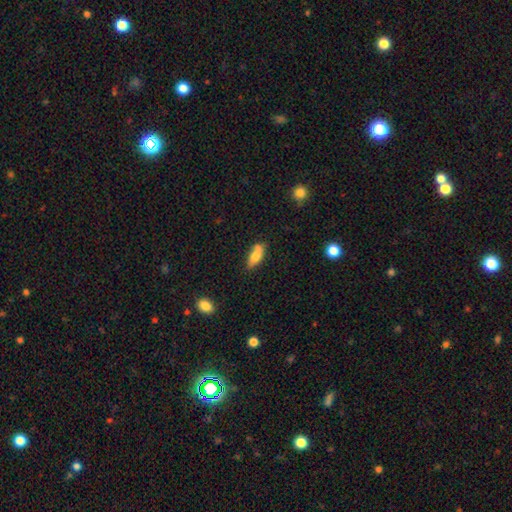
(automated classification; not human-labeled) A smooth galaxy with no disk features (75%) that is in between round and cigar-shaped (72%).

Vote fractions:
- Smooth or featured? smooth: 75% / featured or disk: 17% / star or artifact: 8%
- How rounded? in between: 72% / cigar-shaped: 25% / round: 3%
- Merging? none: 62% / minor disturbance: 25% / merger: 8% / major disturbance: 5%